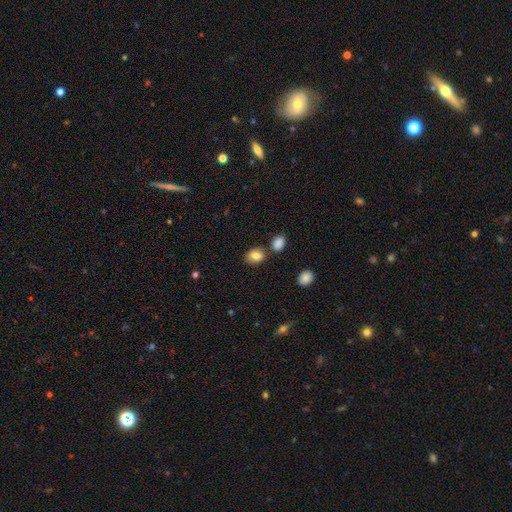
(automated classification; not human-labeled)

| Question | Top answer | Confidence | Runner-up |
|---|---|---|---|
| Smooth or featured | smooth | 83% | star or artifact (9%) |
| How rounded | in between | 71% | round (28%) |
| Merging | none | 70% | merger (14%) |